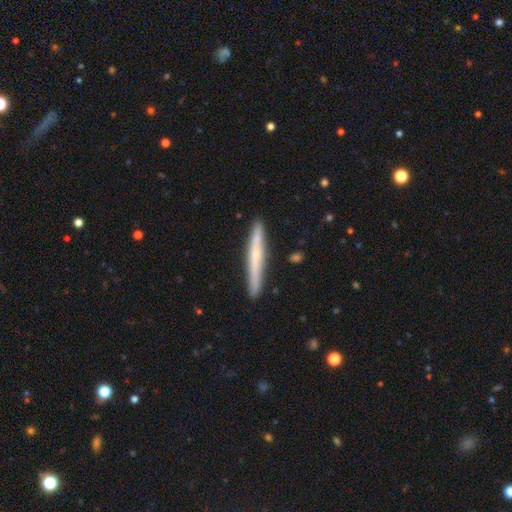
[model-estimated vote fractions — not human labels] This appears to be a featured or disk galaxy (51%) viewed edge-on (96%). Merging: none (90%).